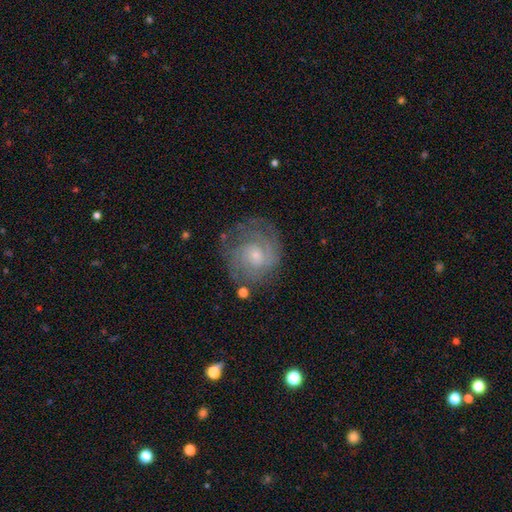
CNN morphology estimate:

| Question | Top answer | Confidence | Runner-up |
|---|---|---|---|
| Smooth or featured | featured or disk | 79% | smooth (14%) |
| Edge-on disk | no | 98% | yes (2%) |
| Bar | no | 72% | weak (24%) |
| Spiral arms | yes | 93% | no (7%) |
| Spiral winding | tight | 66% | medium (27%) |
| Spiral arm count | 2 | 33% | tied: can't tell (33%) |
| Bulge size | small | 72% | moderate (22%) |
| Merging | none | 73% | minor disturbance (16%) |